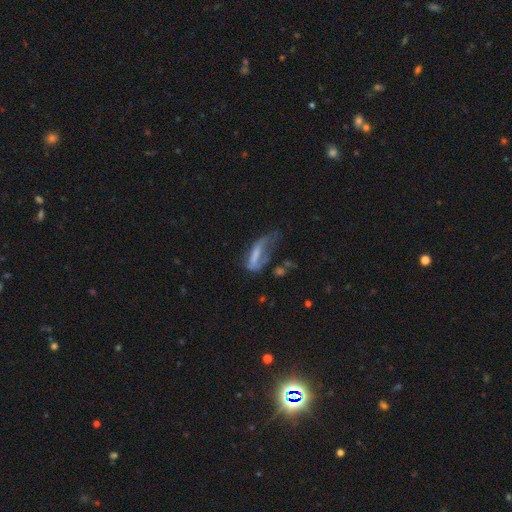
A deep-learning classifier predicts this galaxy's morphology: smooth-or-featured: smooth: 53% | featured or disk: 37% | star or artifact: 11%
  how-rounded: in between: 50% | cigar-shaped: 47% | round: 3%
  merging: major disturbance: 51% | minor disturbance: 22% | none: 20% | merger: 7%